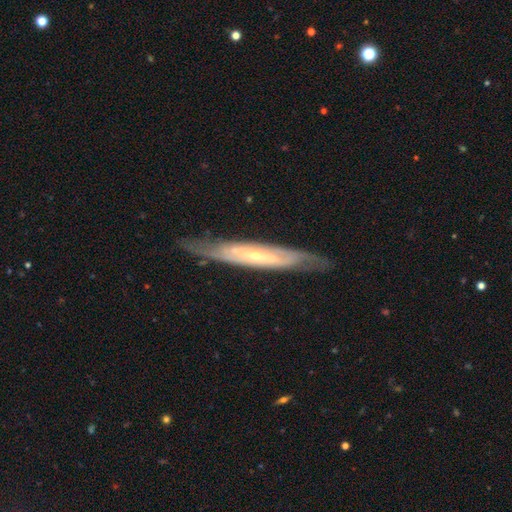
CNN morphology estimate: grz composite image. It shows a featured or disk galaxy (78%) viewed edge-on (53%). Merging: none (76%).